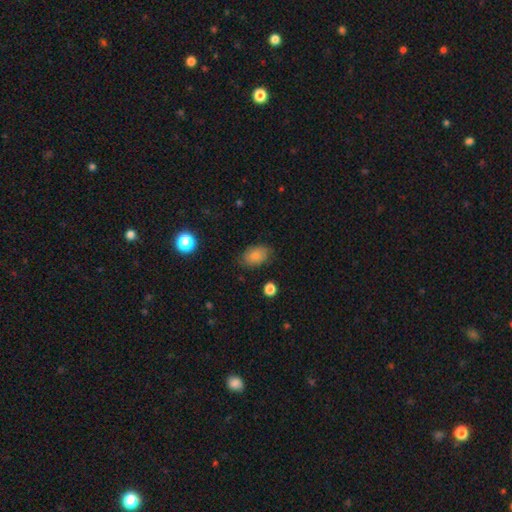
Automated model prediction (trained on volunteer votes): A smooth galaxy with no disk features (81%) that is in between round and cigar-shaped (84%).

Vote fractions:
- Smooth or featured? smooth: 81% / featured or disk: 10% / star or artifact: 9%
- How rounded? in between: 84% / round: 15% / cigar-shaped: 1%
- Merging? none: 76% / minor disturbance: 18% / major disturbance: 4% / merger: 1%